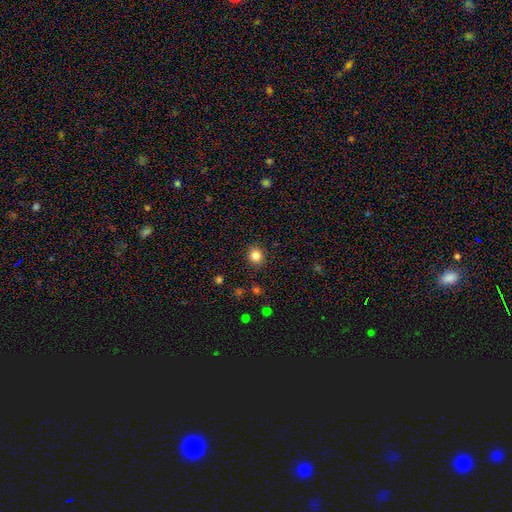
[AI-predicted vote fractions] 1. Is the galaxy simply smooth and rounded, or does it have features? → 84% smooth, 12% star or artifact, 5% featured or disk.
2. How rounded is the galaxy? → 85% round, 14% in between, 1% cigar-shaped.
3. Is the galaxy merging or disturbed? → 90% none, 7% minor disturbance, 2% major disturbance, 1% merger.